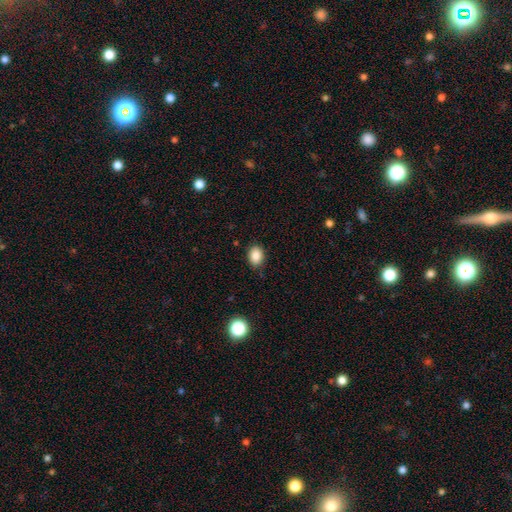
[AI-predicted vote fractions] Smooth or featured? smooth (86%)
How rounded? in between (65%)
Merging? none (86%)